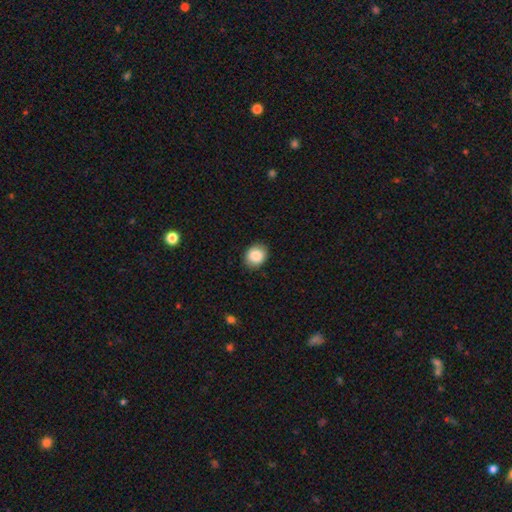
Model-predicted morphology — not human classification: The model was most divided on "how rounded": round: 57%, in between: 42%, cigar-shaped: 1%. More confident: merging — none (88%); smooth or featured — smooth (87%).